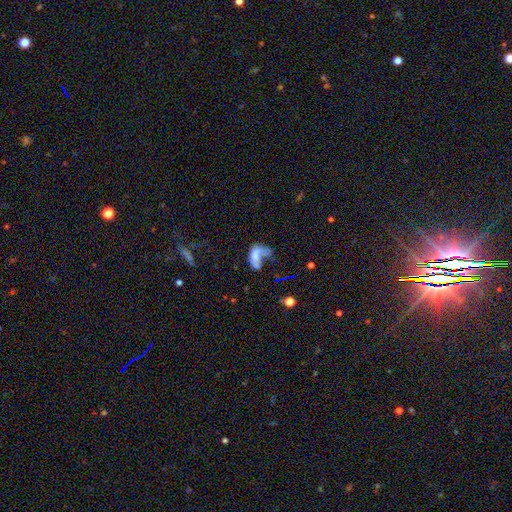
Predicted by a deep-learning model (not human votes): Morphology: type=smooth (50%); merging=major disturbance (41%).